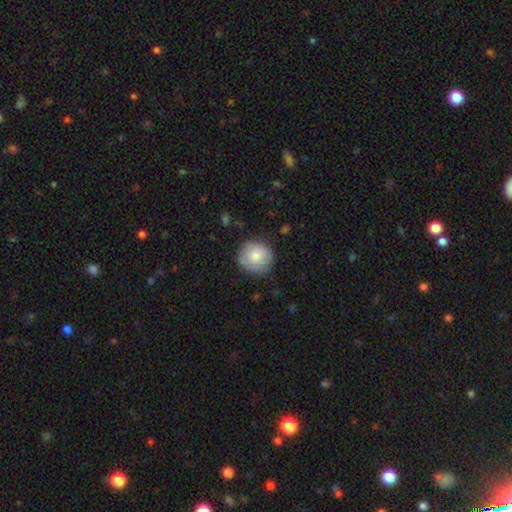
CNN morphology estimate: Smooth or featured?
  - smooth: 79% *
  - featured or disk: 14%
  - star or artifact: 7%
How rounded?
  - round: 91% *
  - in between: 8%
  - cigar-shaped: 1%
Merging?
  - none: 81% *
  - minor disturbance: 14%
  - major disturbance: 3%
  - merger: 1%